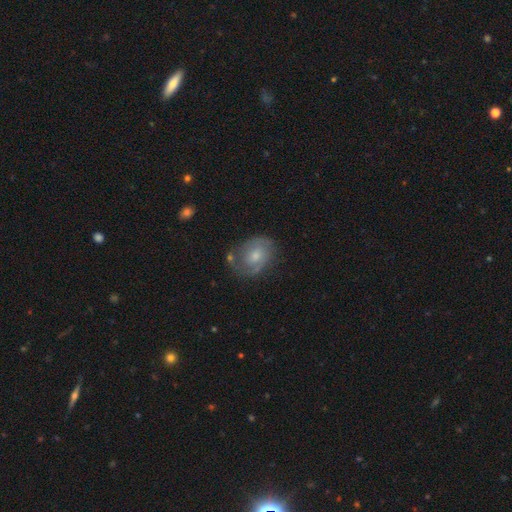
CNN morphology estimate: Smooth or featured? featured or disk (56%)
Edge-on disk? no (97%)
Bar? no (64%)
Spiral arms? yes (79%)
Bulge size? moderate (53%)
Merging? none (62%)